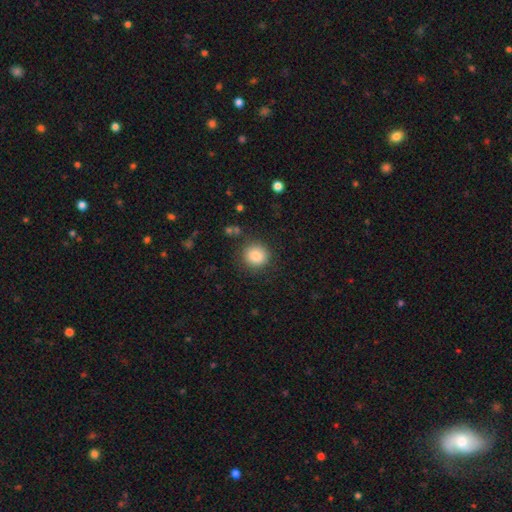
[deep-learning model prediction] The model was most divided on "smooth or featured": smooth: 84%, star or artifact: 10%, featured or disk: 6%. More confident: how rounded — round (91%); merging — none (87%).